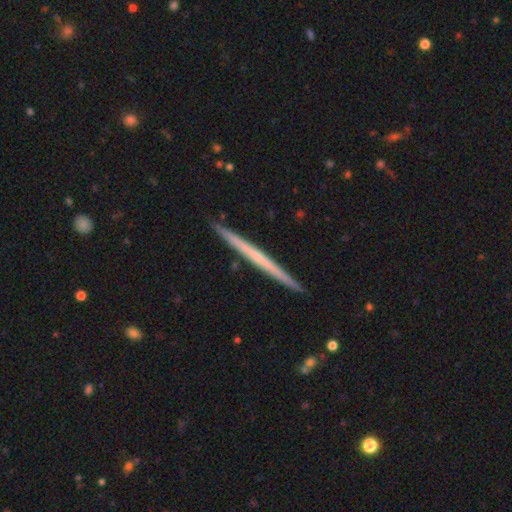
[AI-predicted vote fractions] A featured or disk galaxy (56%) viewed edge-on (98%) with no central bulge (89%).

Vote fractions:
- Smooth or featured? featured or disk: 56% / smooth: 40% / star or artifact: 5%
- Edge-on disk? yes: 98% / no: 2%
- Edge-on bulge? none: 89% / rounded: 8% / boxy: 3%
- Merging? none: 92% / minor disturbance: 6% / merger: 1% / major disturbance: 1%